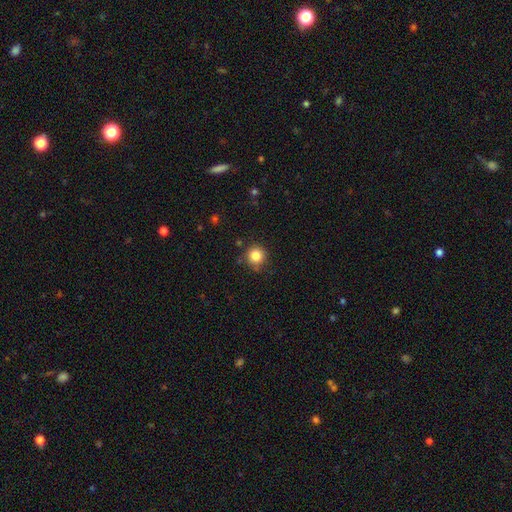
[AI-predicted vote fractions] Smooth or featured?
  - smooth: 84% *
  - star or artifact: 11%
  - featured or disk: 5%
How rounded?
  - round: 94% *
  - in between: 5%
  - cigar-shaped: 1%
Merging?
  - none: 85% *
  - minor disturbance: 10%
  - major disturbance: 3%
  - merger: 2%